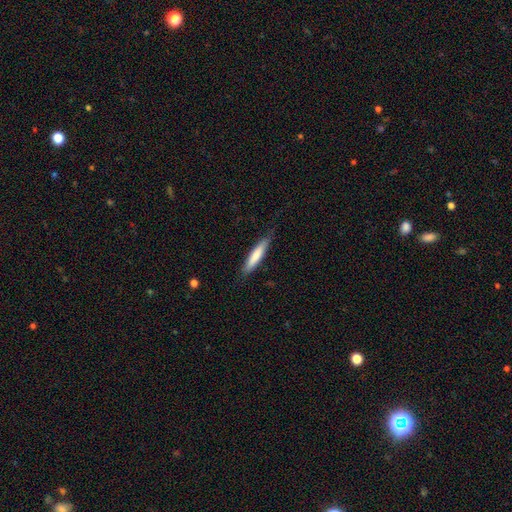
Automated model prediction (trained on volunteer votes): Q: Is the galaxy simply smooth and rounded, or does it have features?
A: smooth — 74%.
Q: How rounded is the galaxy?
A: cigar-shaped — 86%.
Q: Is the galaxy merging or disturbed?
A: none — 82%.